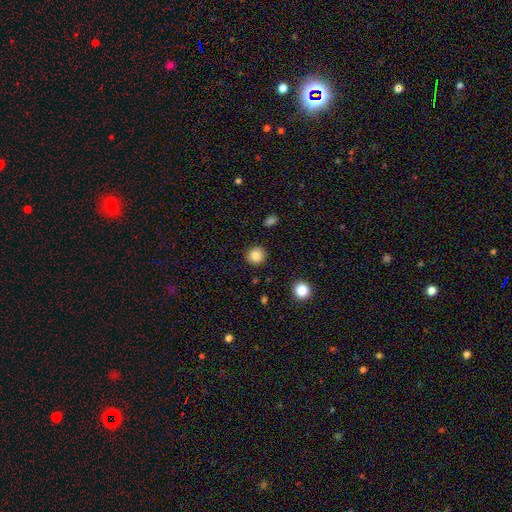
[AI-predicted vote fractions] smooth-or-featured: smooth: 87% | star or artifact: 10% | featured or disk: 4%
  how-rounded: round: 90% | in between: 9% | cigar-shaped: 1%
  merging: none: 90% | minor disturbance: 7% | major disturbance: 2% | merger: 1%